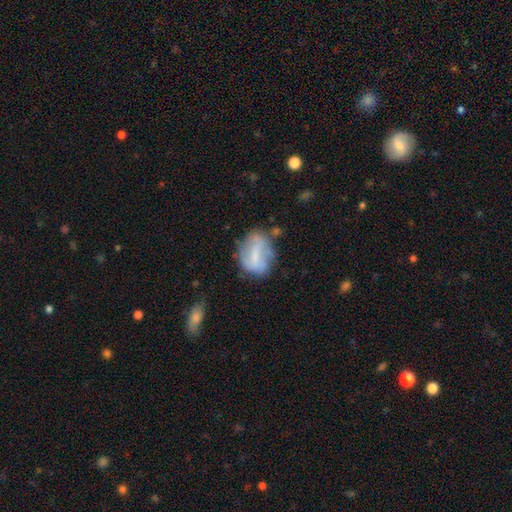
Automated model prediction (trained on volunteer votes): A featured or disk galaxy (51%). Merging: none (51%).